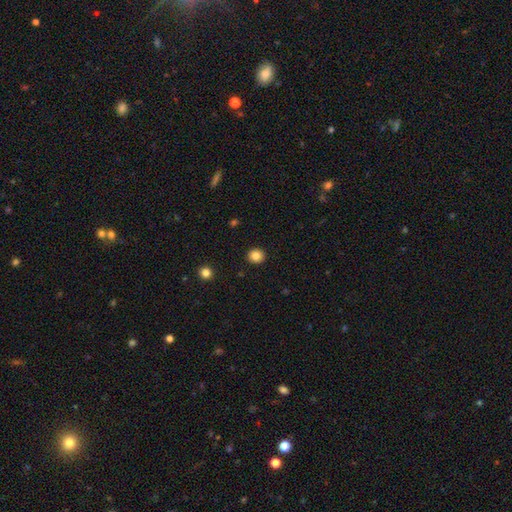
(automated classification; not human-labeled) This is clearly a smooth galaxy (84%). How rounded: clearly round (87%). Merging: clearly none (92%).